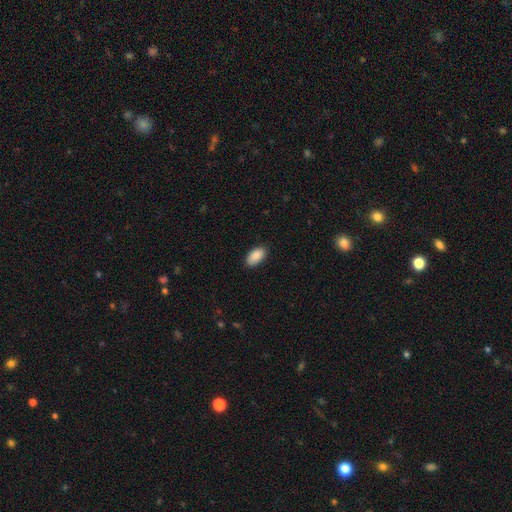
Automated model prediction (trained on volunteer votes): A smooth galaxy with no disk features (90%) that is in between round and cigar-shaped (94%).

Vote fractions:
- Smooth or featured? smooth: 90% / star or artifact: 7% / featured or disk: 4%
- How rounded? in between: 94% / round: 3% / cigar-shaped: 3%
- Merging? none: 85% / minor disturbance: 12% / major disturbance: 2% / merger: 1%